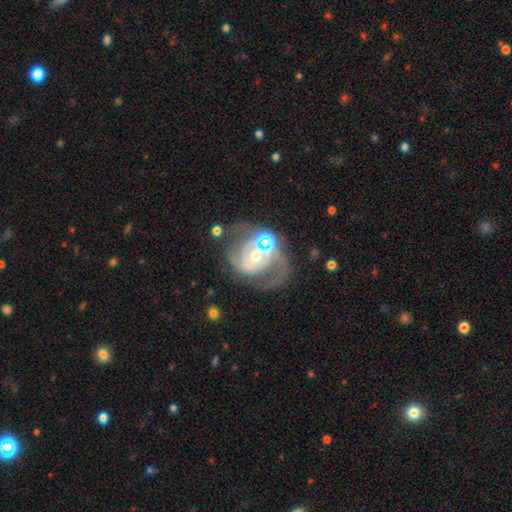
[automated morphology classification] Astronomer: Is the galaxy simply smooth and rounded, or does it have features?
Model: featured or disk — 81%.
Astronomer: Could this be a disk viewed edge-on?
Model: no — 97%.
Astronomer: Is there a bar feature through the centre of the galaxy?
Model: no — 58%.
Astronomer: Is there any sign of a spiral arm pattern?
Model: yes — 85%.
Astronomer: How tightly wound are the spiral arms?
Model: medium — 43% (runner-up: tight, 38%).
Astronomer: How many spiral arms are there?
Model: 2 — 67%.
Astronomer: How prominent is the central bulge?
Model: moderate — 56% (runner-up: small, 37%).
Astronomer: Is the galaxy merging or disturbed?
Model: none — 48%.